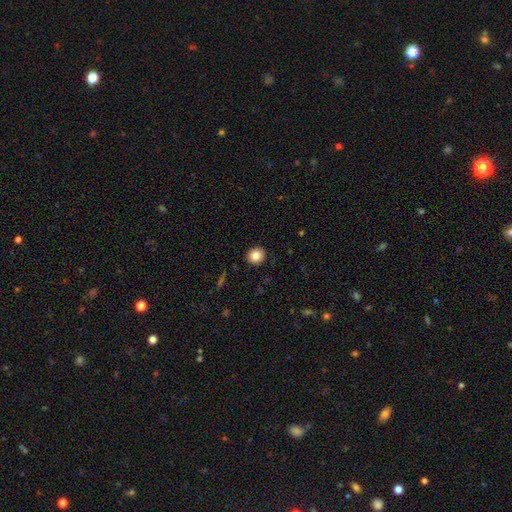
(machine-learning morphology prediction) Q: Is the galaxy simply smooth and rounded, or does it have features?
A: smooth — 83%.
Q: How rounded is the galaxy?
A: round — 87%.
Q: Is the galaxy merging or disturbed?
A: none — 92%.